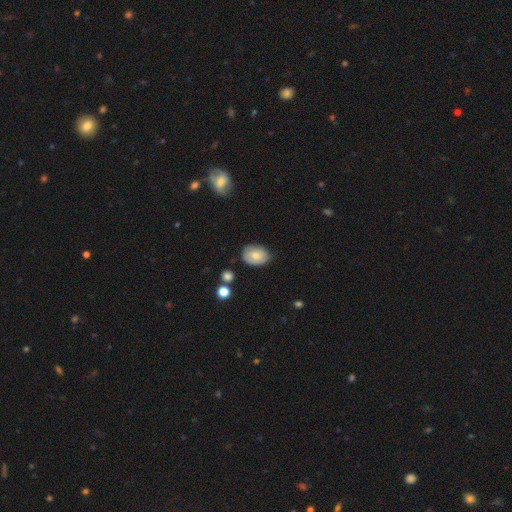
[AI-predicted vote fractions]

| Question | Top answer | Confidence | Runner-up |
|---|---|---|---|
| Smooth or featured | smooth | 75% | featured or disk (17%) |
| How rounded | in between | 70% | round (29%) |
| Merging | none | 74% | minor disturbance (21%) |